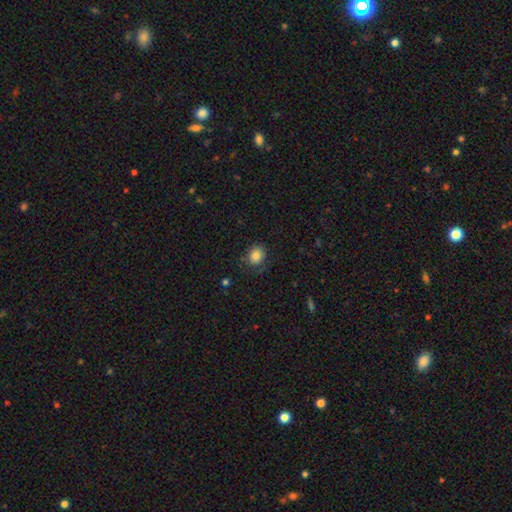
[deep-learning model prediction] Smooth or featured? Predicted: smooth (p=0.82). How rounded? Predicted: round (p=0.63). Merging? Predicted: none (p=0.75).